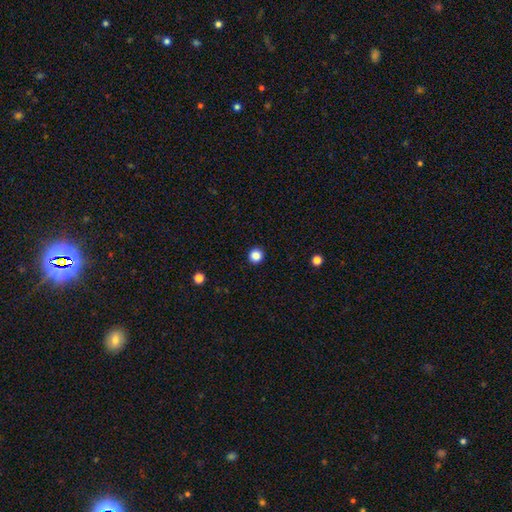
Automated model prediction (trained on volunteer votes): Smooth or featured? Predicted: smooth (p=0.86). How rounded? Predicted: round (p=0.95). Merging? Predicted: none (p=0.94).